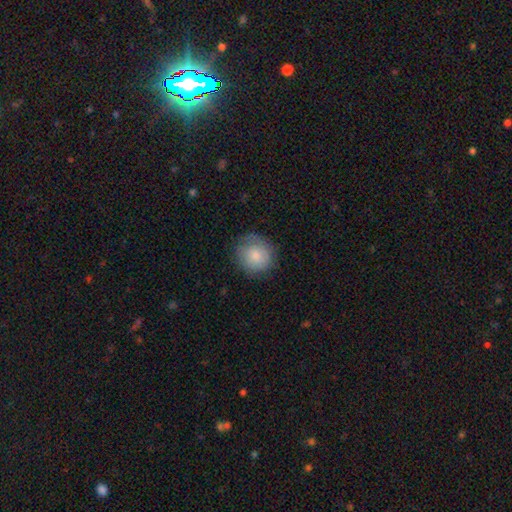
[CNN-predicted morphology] Smooth or featured: smooth — 80% (featured or disk — 13%)
How rounded: round — 87% (in between — 12%)
Merging: none — 75% (minor disturbance — 18%)